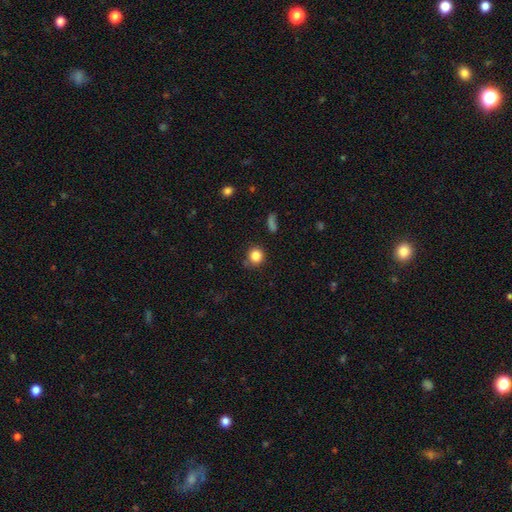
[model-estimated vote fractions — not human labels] Smooth or featured: smooth — 83% (star or artifact — 11%)
How rounded: round — 90% (in between — 9%)
Merging: none — 80% (minor disturbance — 12%)